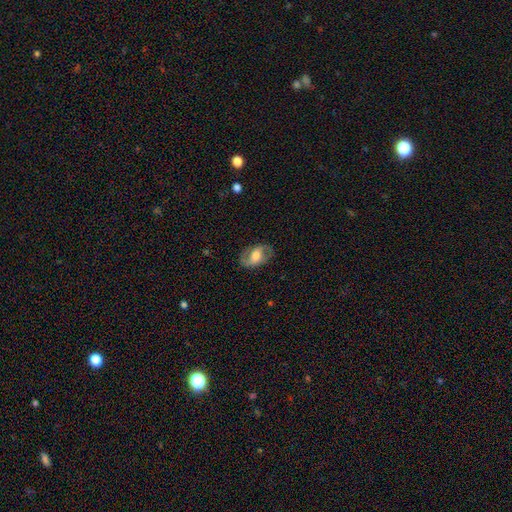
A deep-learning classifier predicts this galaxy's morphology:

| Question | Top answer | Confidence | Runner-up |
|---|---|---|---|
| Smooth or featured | featured or disk | 68% | smooth (25%) |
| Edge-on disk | no | 95% | yes (5%) |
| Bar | weak | 43% | no (35%) |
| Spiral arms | yes | 83% | no (17%) |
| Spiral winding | medium | 44% | loose (39%) |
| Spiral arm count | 2 | 89% | can't tell (5%) |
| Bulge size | moderate | 57% | large (22%) |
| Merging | none | 81% | minor disturbance (13%) |